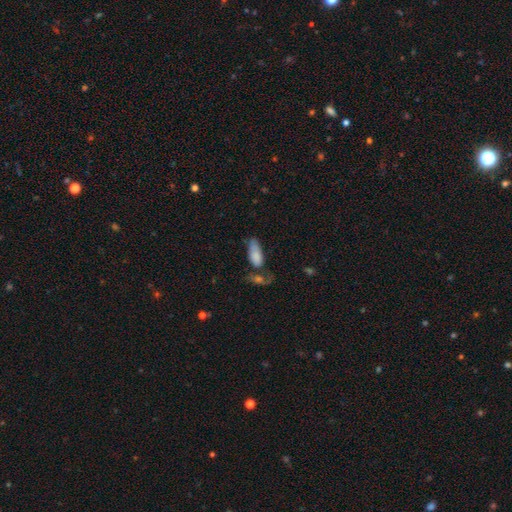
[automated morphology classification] type=smooth (77%); roundness=in between (85%); merging=merger (31%).